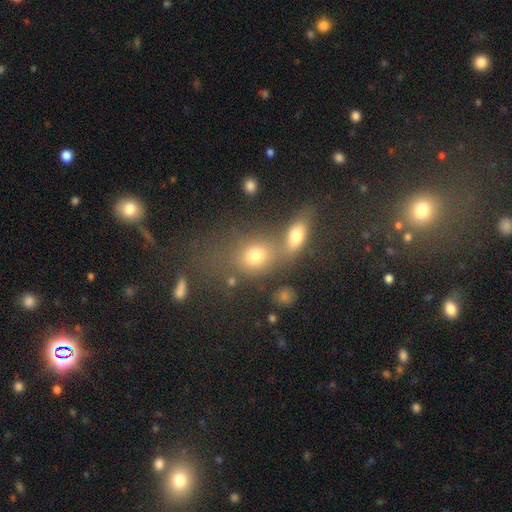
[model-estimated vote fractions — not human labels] smooth 64%, star or artifact 21%, featured or disk 16%. Down the decision tree: how rounded — round (50%); merging — merger (49%).